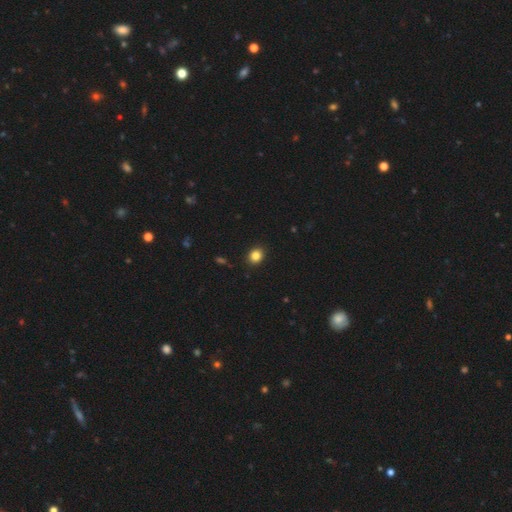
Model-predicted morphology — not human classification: Overall: smooth (85%). How rounded: round (63%; in between 36%). Merging: none (90%).